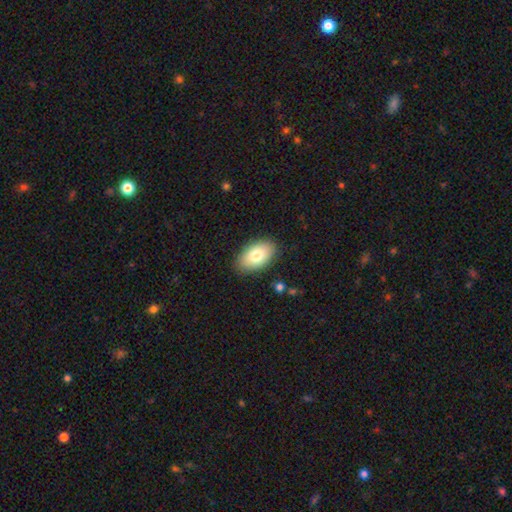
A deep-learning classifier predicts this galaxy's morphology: A smooth galaxy with no disk features (79%) that is in between round and cigar-shaped (94%). Merging: none (87%).